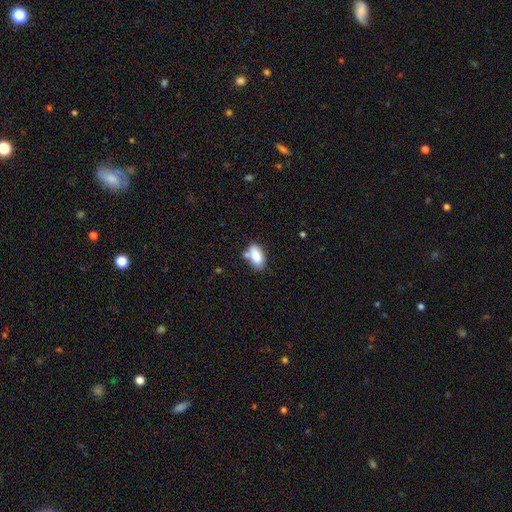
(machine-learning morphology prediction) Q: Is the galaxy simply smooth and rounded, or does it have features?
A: smooth — 83%.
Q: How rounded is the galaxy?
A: in between — 90%.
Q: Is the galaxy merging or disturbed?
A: none — 56%.